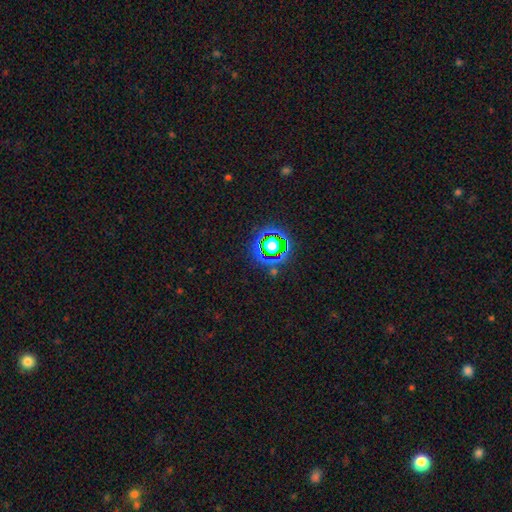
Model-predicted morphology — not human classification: smooth_or_featured: star or artifact (p=0.79) [alt: smooth p=0.14]